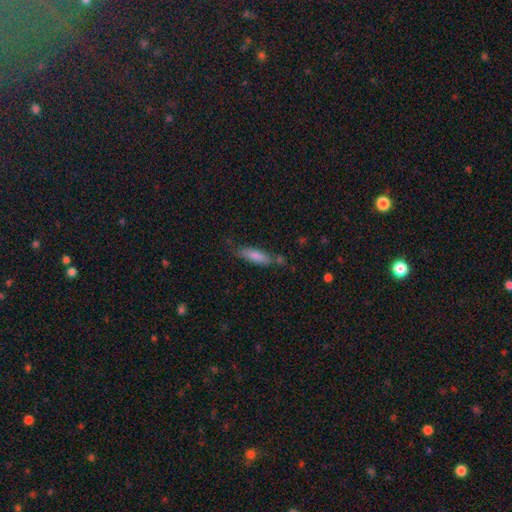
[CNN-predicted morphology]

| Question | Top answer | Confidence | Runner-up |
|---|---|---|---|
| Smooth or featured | smooth | 81% | featured or disk (12%) |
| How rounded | cigar-shaped | 55% | in between (43%) |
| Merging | none | 62% | minor disturbance (24%) |